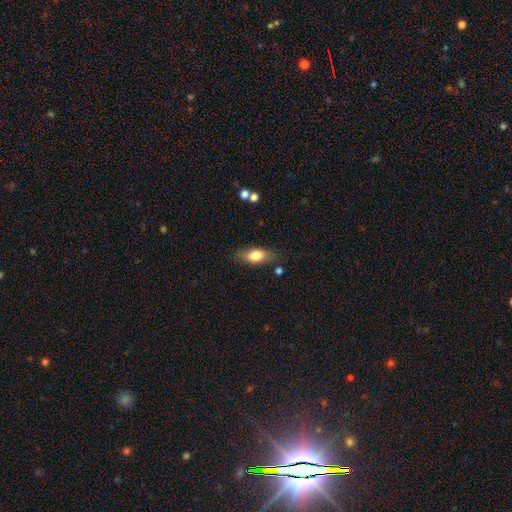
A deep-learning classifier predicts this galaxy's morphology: This is likely a smooth galaxy (74%). How rounded: clearly in between (80%). Merging: likely none (78%).